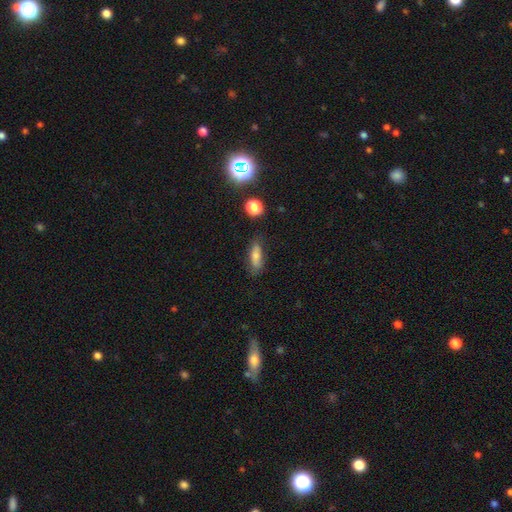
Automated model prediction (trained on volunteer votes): This is likely a smooth galaxy (61%). How rounded: possibly in between (57%). Merging: likely none (77%).